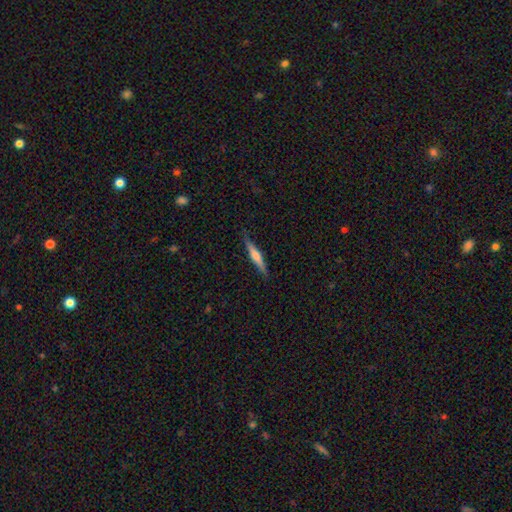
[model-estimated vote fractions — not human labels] smooth-or-featured: featured or disk: 49% | smooth: 45% | star or artifact: 6%
  merging: none: 84% | minor disturbance: 13% | major disturbance: 2% | merger: 1%